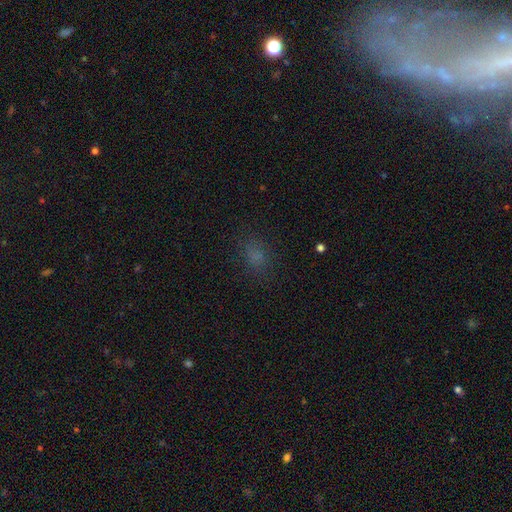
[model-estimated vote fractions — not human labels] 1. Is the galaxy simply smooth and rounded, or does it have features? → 72% smooth, 20% star or artifact, 8% featured or disk.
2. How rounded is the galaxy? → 59% in between, 39% round, 2% cigar-shaped.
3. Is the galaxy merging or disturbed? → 77% none, 14% minor disturbance, 7% major disturbance, 1% merger.